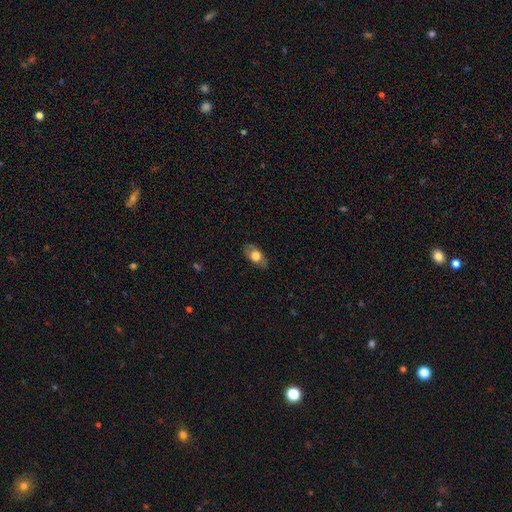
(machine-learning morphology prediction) smooth 68%, featured or disk 25%, star or artifact 7%. Down the decision tree: how rounded — in between (88%); merging — none (81%).